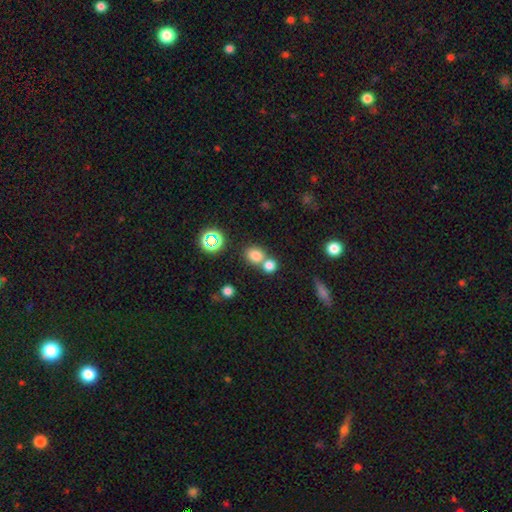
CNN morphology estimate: Q: Smooth or featured?
A: smooth (76%); runner-up: star or artifact (16%)
Q: How rounded?
A: round (69%); runner-up: in between (30%)
Q: Merging?
A: none (52%); runner-up: merger (38%)